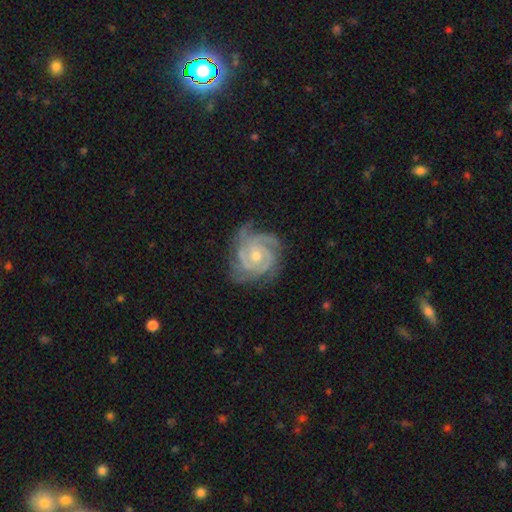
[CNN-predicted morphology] Smooth or featured? Predicted: featured or disk (p=0.92). Edge-on disk? Predicted: no (p=0.98). Bar? Predicted: no (p=0.72). Spiral arms? Predicted: yes (p=0.98). Spiral winding? Predicted: tight (p=0.75). Spiral arm count? Predicted: 3 (p=0.50). Bulge size? Predicted: moderate (p=0.50). Merging? Predicted: none (p=0.75).